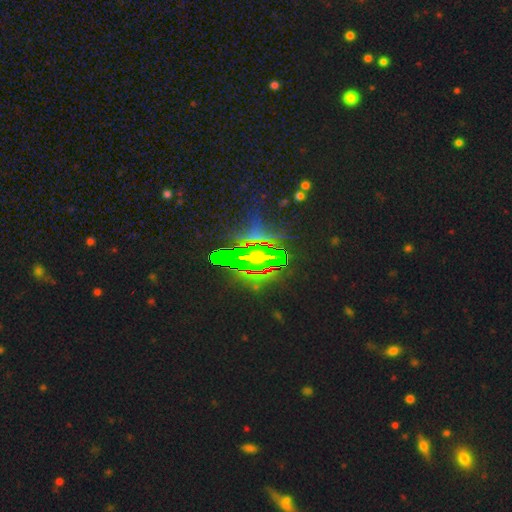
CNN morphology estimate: smooth_or_featured: star or artifact (p=0.73) [alt: featured or disk p=0.15]